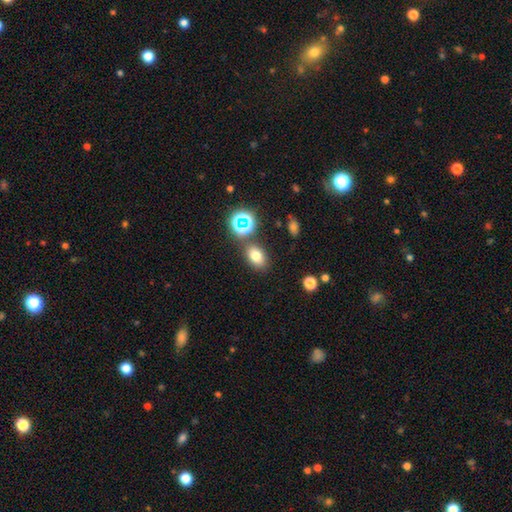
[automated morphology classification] This appears to be a smooth galaxy with no disk features (73%) that is in between round and cigar-shaped (76%). Merging: none (78%).